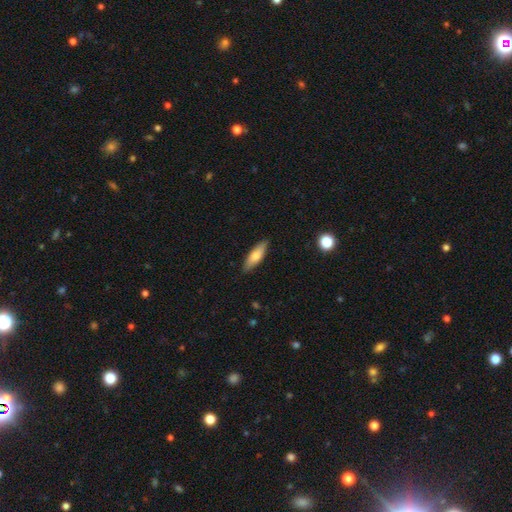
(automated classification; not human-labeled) A smooth galaxy with no disk features (73%) that is cigar-shaped (50%).

Vote fractions:
- Smooth or featured? smooth: 73% / featured or disk: 21% / star or artifact: 6%
- How rounded? cigar-shaped: 50% / in between: 48% / round: 2%
- Merging? none: 87% / minor disturbance: 10% / major disturbance: 2% / merger: 1%